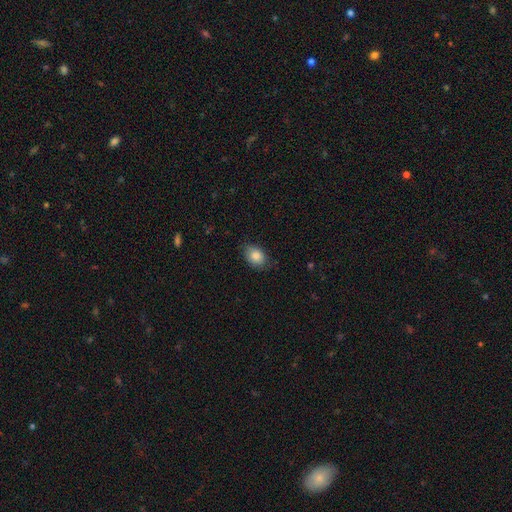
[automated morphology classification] A smooth galaxy with no disk features (85%) that is in between round and cigar-shaped (72%).

Vote fractions:
- Smooth or featured? smooth: 85% / star or artifact: 8% / featured or disk: 8%
- How rounded? in between: 72% / round: 26% / cigar-shaped: 1%
- Merging? none: 75% / minor disturbance: 20% / major disturbance: 4% / merger: 1%